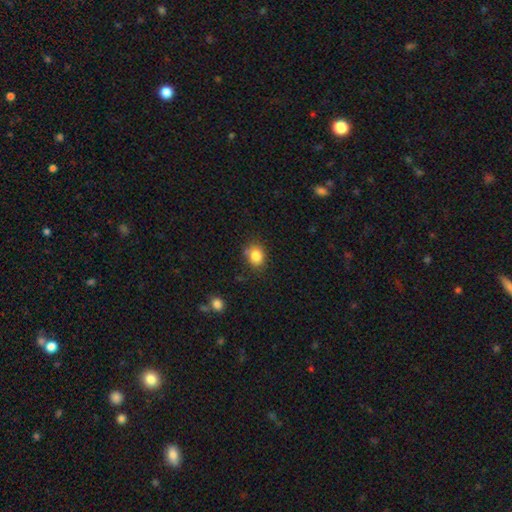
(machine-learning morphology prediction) type=smooth (85%); roundness=round (54%); merging=none (73%).